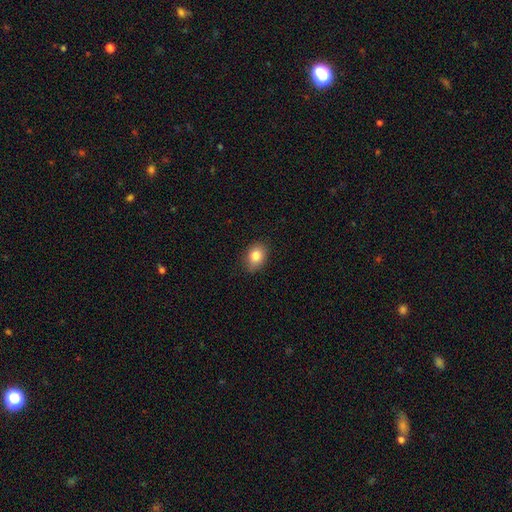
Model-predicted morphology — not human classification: Smooth or featured? Predicted: smooth (p=0.83). How rounded? Predicted: in between (p=0.73). Merging? Predicted: none (p=0.83).